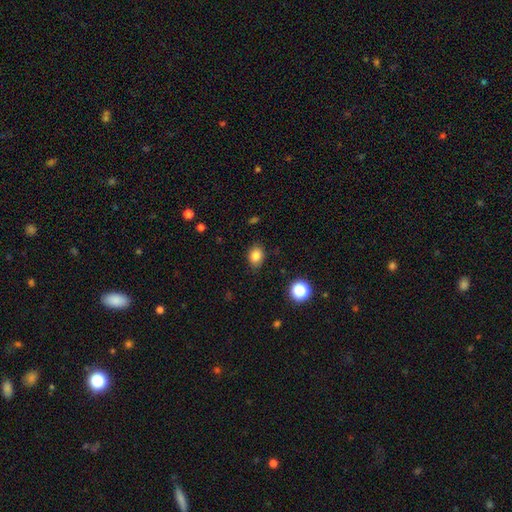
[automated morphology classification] Q: Smooth or featured?
A: smooth (83%); runner-up: star or artifact (11%)
Q: How rounded?
A: in between (59%); runner-up: round (40%)
Q: Merging?
A: none (84%); runner-up: minor disturbance (12%)